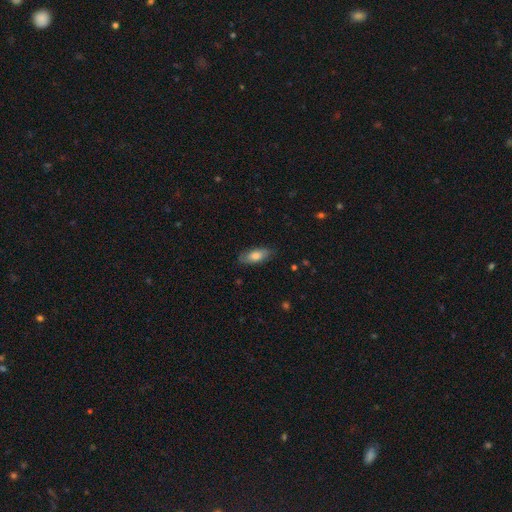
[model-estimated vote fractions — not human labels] Smooth or featured? smooth (71%)
How rounded? in between (79%)
Merging? none (80%)